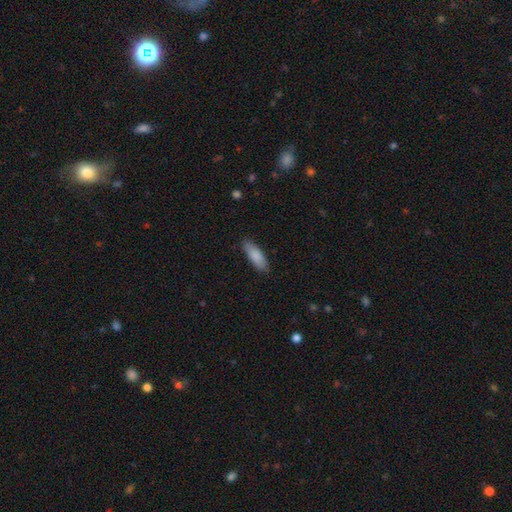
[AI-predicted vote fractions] A smooth galaxy with no disk features (86%) that is in between round and cigar-shaped (61%).

Vote fractions:
- Smooth or featured? smooth: 86% / featured or disk: 9% / star or artifact: 6%
- How rounded? in between: 61% / cigar-shaped: 37% / round: 2%
- Merging? none: 85% / minor disturbance: 12% / major disturbance: 2% / merger: 1%